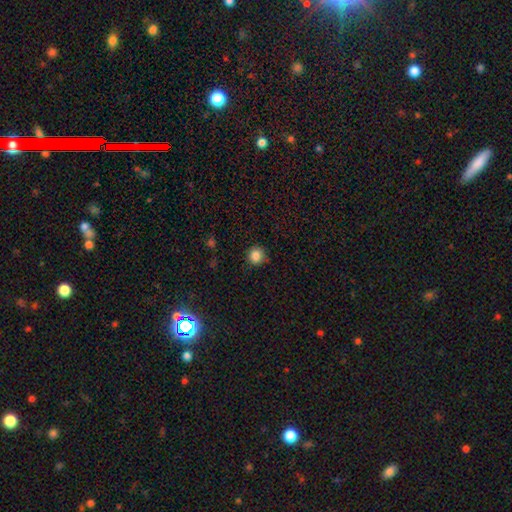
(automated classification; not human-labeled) Overall: smooth (85%). How rounded: round (92%). Merging: none (86%).